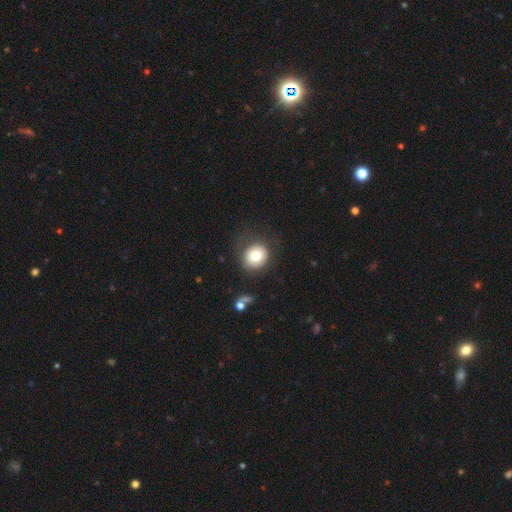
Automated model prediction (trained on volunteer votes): Smooth or featured?
  - smooth: 74% *
  - featured or disk: 16%
  - star or artifact: 10%
How rounded?
  - round: 84% *
  - in between: 15%
  - cigar-shaped: 1%
Merging?
  - none: 80% *
  - minor disturbance: 12%
  - major disturbance: 6%
  - merger: 2%